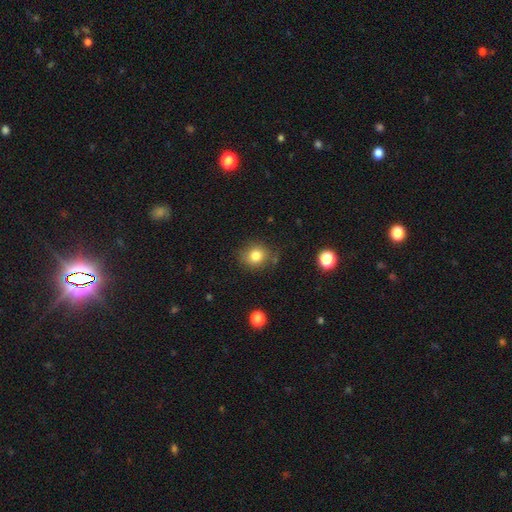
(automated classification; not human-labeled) This appears to be a smooth galaxy with no disk features (81%) that is round (77%). Merging: none (80%).